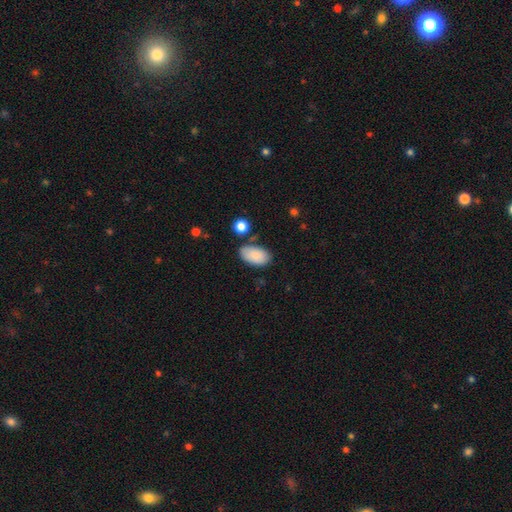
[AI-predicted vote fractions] The model was most divided on "merging": none: 74%, minor disturbance: 16%, merger: 6%, major disturbance: 4%. More confident: how rounded — in between (95%); smooth or featured — smooth (86%).